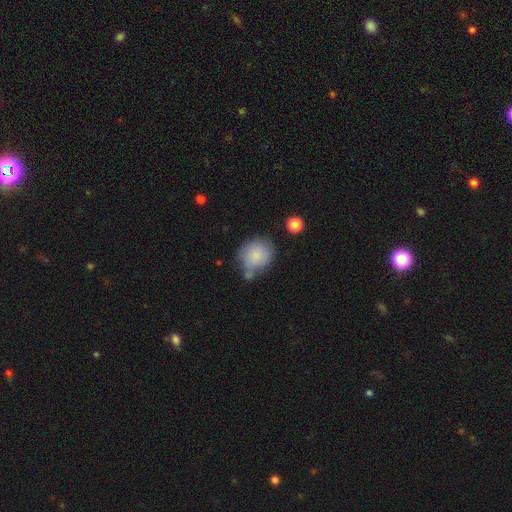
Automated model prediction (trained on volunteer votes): smooth-or-featured: smooth: 83% | featured or disk: 10% | star or artifact: 7%
  how-rounded: round: 69% | in between: 30% | cigar-shaped: 1%
  merging: none: 50% | minor disturbance: 27% | merger: 14% | major disturbance: 9%